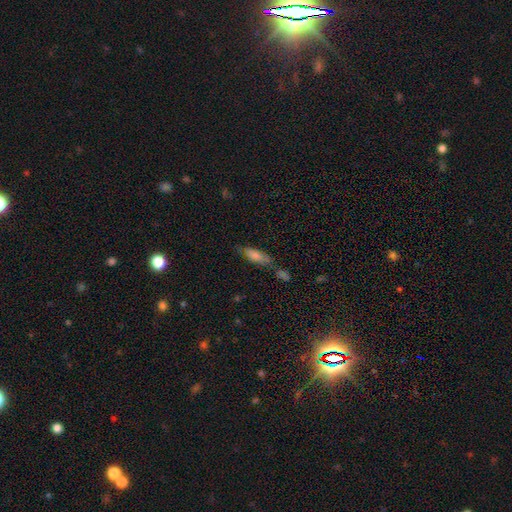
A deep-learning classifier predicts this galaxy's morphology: Smooth or featured: smooth — 74% (featured or disk — 17%)
How rounded: in between — 62% (cigar-shaped — 35%)
Merging: none — 47% (minor disturbance — 22%)